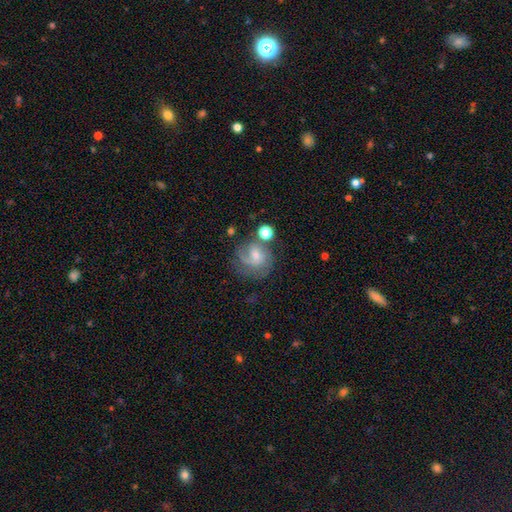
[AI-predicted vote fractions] Overall: featured or disk (57%; smooth 34%). Edge-on disk: no (98%). Bar: no (52%; weak 41%). Spiral arms: yes (86%). Bulge size: small (48%; moderate 38%). Merging: none (47%; minor disturbance 21%).